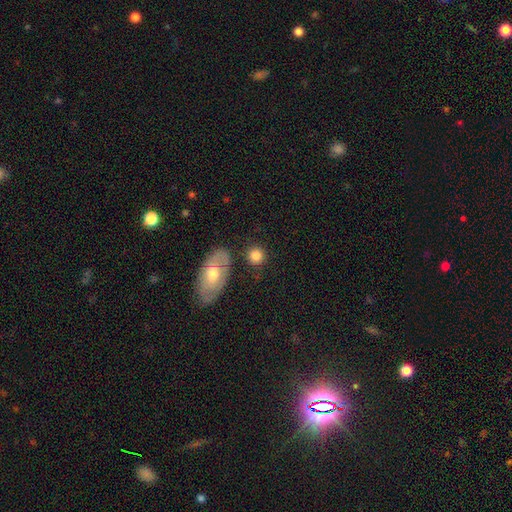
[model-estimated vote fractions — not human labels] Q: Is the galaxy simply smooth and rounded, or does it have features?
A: smooth — 82%.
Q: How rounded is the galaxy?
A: round — 84%.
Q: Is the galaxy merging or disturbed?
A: none — 77%.